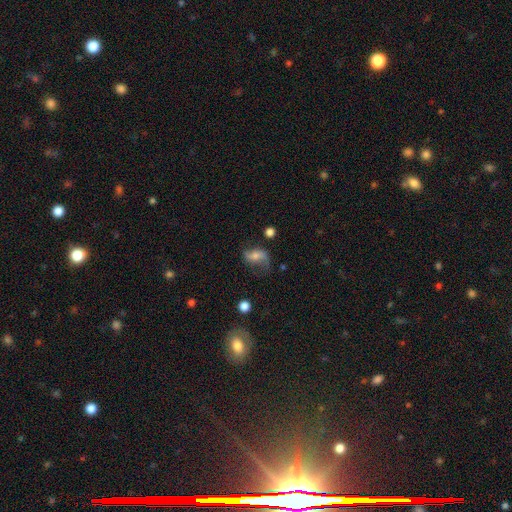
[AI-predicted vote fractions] Morphology: type=featured or disk (53%); edge-on=no (94%); merging=none (54%).